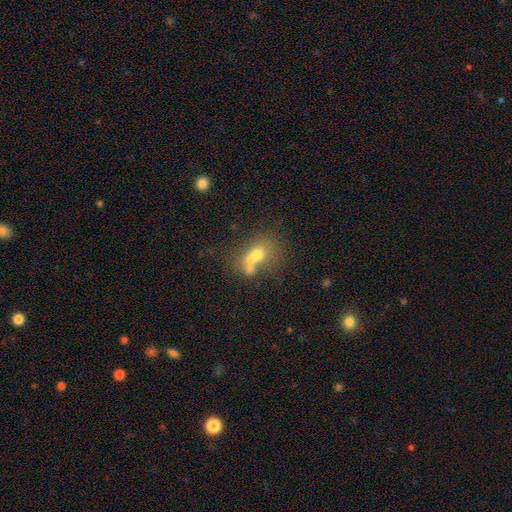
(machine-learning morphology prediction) Smooth or featured?
  - smooth: 59% *
  - featured or disk: 26%
  - star or artifact: 15%
How rounded?
  - round: 59% *
  - in between: 39%
  - cigar-shaped: 2%
Merging?
  - merger: 58% *
  - none: 26%
  - minor disturbance: 9%
  - major disturbance: 7%